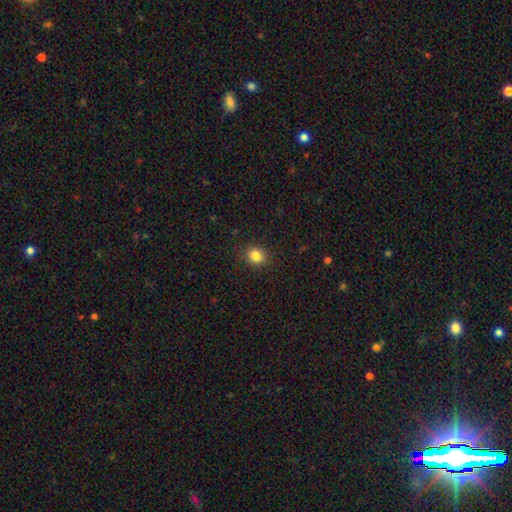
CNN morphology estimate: The model was most divided on "how rounded": round: 74%, in between: 25%, cigar-shaped: 1%. More confident: merging — none (89%); smooth or featured — smooth (83%).